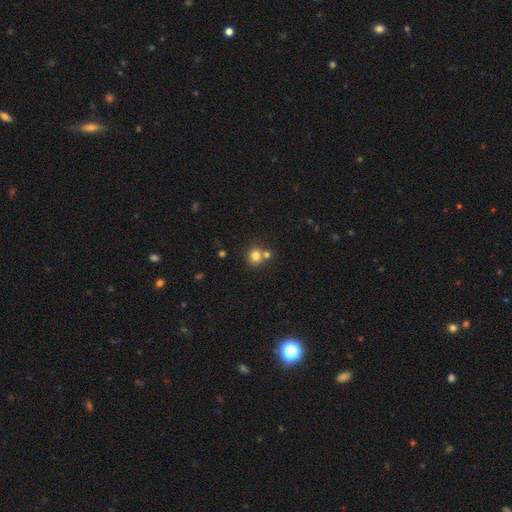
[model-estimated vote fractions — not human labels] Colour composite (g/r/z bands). It shows a smooth galaxy with no disk features (79%) that is round (89%). Merging: none (59%).